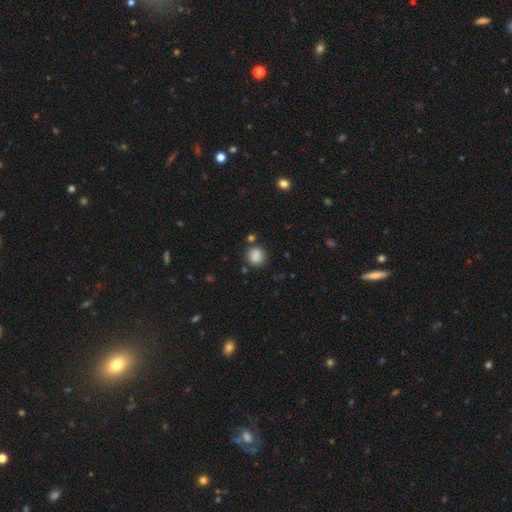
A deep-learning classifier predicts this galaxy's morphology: This appears to be a smooth galaxy with no disk features (87%) that is round (83%). Merging: none (79%).